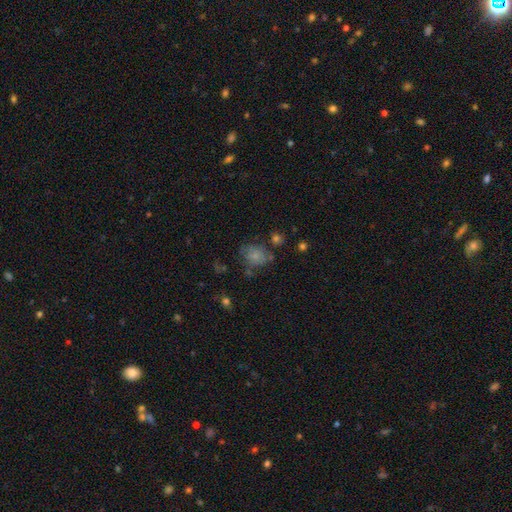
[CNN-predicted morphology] Smooth or featured: smooth — 69% (featured or disk — 18%)
How rounded: in between — 50% (round — 48%)
Merging: none — 55% (minor disturbance — 24%)